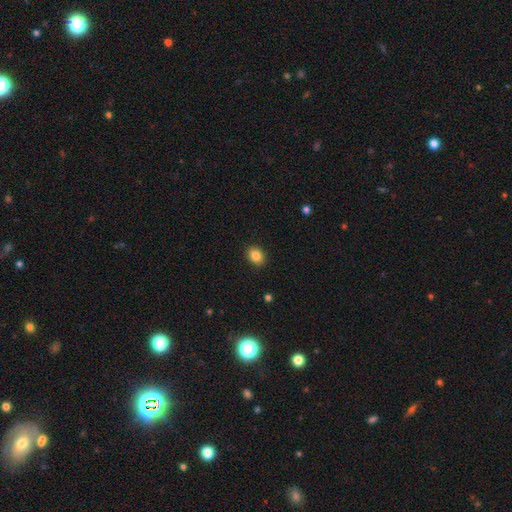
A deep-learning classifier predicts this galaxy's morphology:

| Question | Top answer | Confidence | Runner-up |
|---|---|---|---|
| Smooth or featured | smooth | 85% | star or artifact (10%) |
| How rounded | in between | 50% | tied: round (50%) |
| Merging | none | 91% | minor disturbance (7%) |